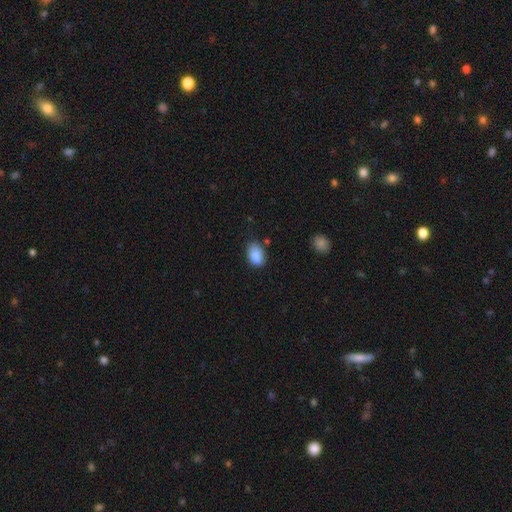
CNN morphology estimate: A smooth galaxy with no disk features (87%) that is in between round and cigar-shaped (85%). Merging: none (70%).